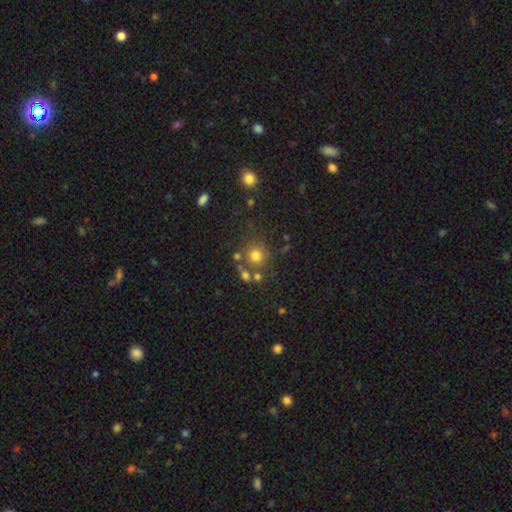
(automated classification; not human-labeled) This is likely a smooth galaxy (74%). How rounded: clearly round (90%). Merging: likely none (70%).